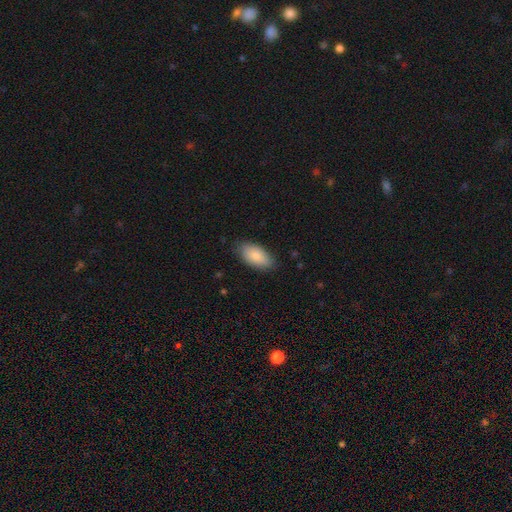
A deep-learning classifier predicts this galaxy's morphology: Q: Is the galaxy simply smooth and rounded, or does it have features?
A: smooth — 82%.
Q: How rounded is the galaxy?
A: in between — 93%.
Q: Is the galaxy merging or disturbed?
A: none — 82%.